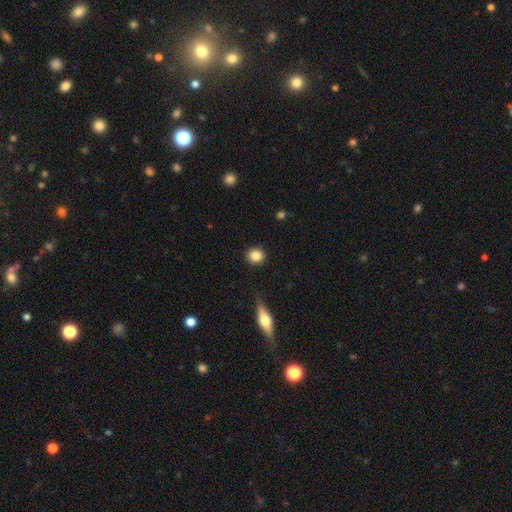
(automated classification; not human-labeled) smooth 85%, star or artifact 9%, featured or disk 6%. Down the decision tree: how rounded — round (85%); merging — none (89%).